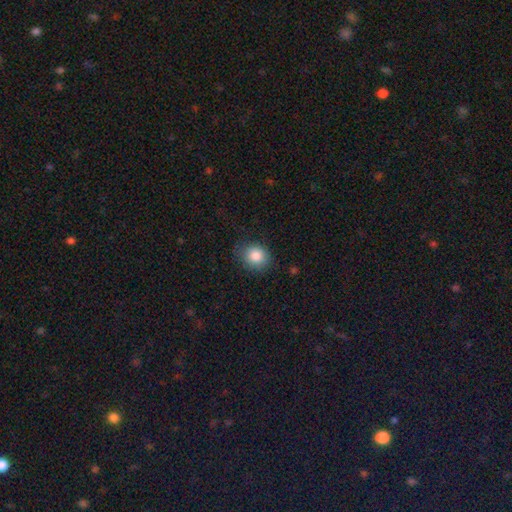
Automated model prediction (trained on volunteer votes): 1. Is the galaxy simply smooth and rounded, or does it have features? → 85% smooth, 9% star or artifact, 6% featured or disk.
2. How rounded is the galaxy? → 69% round, 30% in between, 1% cigar-shaped.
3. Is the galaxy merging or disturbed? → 81% none, 14% minor disturbance, 4% major disturbance, 1% merger.